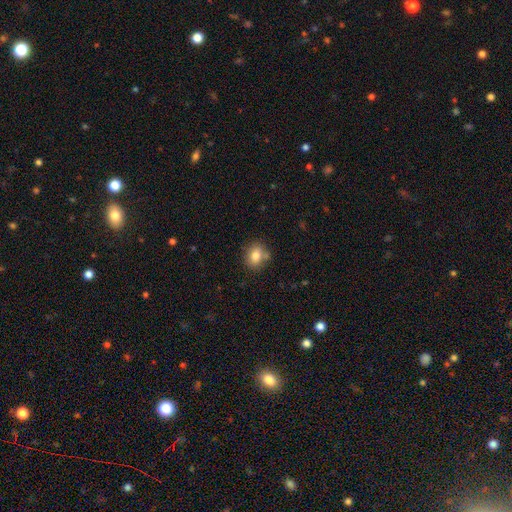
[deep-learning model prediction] smooth-or-featured: smooth: 80% | featured or disk: 10% | star or artifact: 10%
  how-rounded: round: 55% | in between: 43% | cigar-shaped: 1%
  merging: none: 75% | minor disturbance: 14% | merger: 8% | major disturbance: 3%